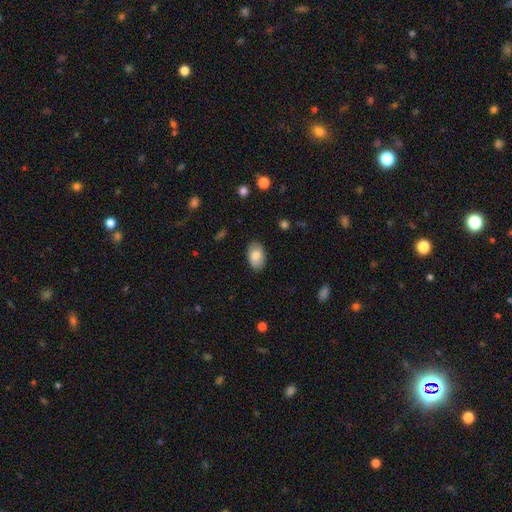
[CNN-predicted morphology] This appears to be a smooth galaxy with no disk features (81%) that is in between round and cigar-shaped (92%). Merging: none (87%).